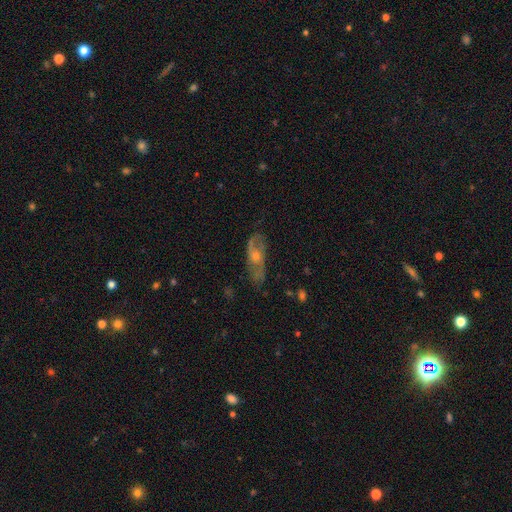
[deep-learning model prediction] Smooth or featured? Predicted: featured or disk (p=0.64). Edge-on disk? Predicted: no (p=0.81). Bar? Predicted: no (p=0.74). Spiral arms? Predicted: yes (p=0.75). Bulge size? Predicted: moderate (p=0.51). Merging? Predicted: none (p=0.71).